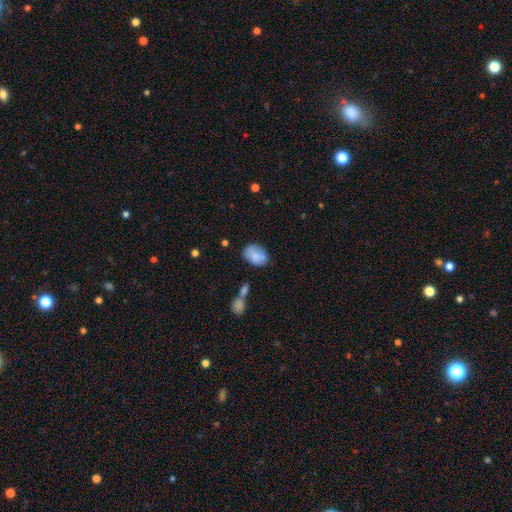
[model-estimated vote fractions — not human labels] Smooth or featured?
  - smooth: 82% *
  - featured or disk: 11%
  - star or artifact: 7%
How rounded?
  - in between: 81% *
  - round: 18%
  - cigar-shaped: 1%
Merging?
  - none: 68% *
  - minor disturbance: 20%
  - merger: 7%
  - major disturbance: 5%